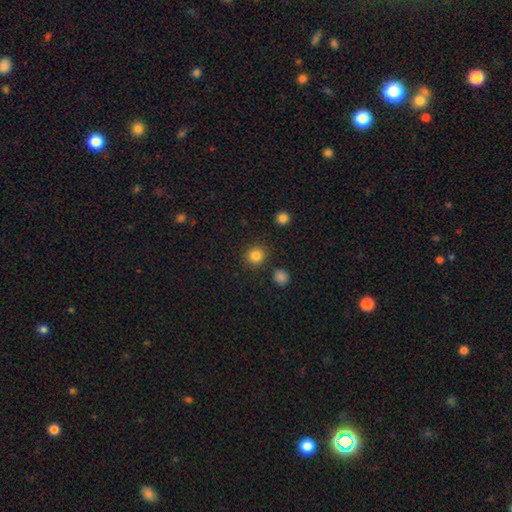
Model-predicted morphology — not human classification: Q: Smooth or featured?
A: smooth (84%); runner-up: star or artifact (11%)
Q: How rounded?
A: round (90%); runner-up: in between (9%)
Q: Merging?
A: none (88%); runner-up: minor disturbance (7%)